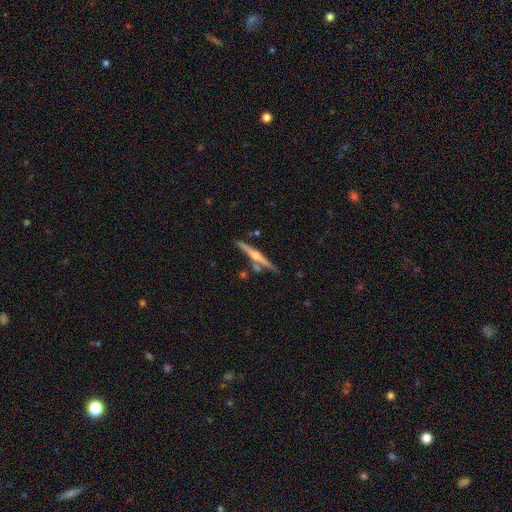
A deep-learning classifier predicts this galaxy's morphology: Q: Smooth or featured?
A: featured or disk (76%); runner-up: smooth (18%)
Q: Edge-on disk?
A: yes (98%); runner-up: no (2%)
Q: Edge-on bulge?
A: rounded (89%); runner-up: none (6%)
Q: Merging?
A: none (79%); runner-up: minor disturbance (10%)